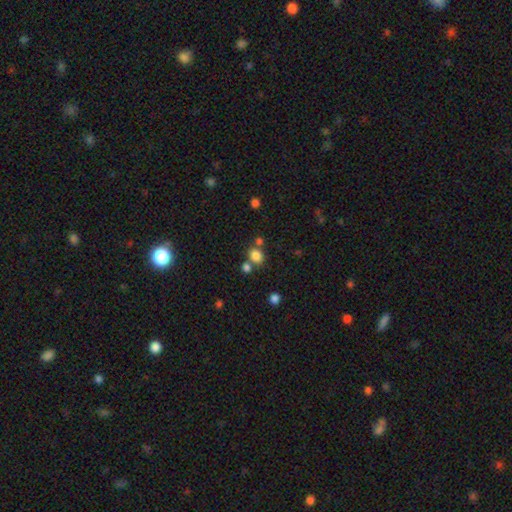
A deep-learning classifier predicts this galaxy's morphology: Smooth or featured? smooth (81%)
How rounded? round (64%)
Merging? none (63%)